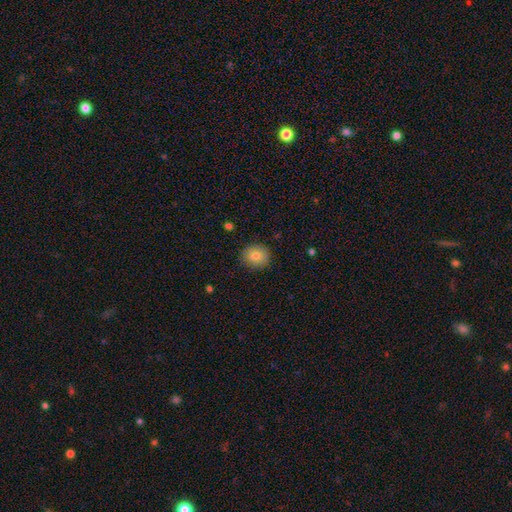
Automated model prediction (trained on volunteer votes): A smooth galaxy with no disk features (82%) that is round (75%). Merging: none (87%).